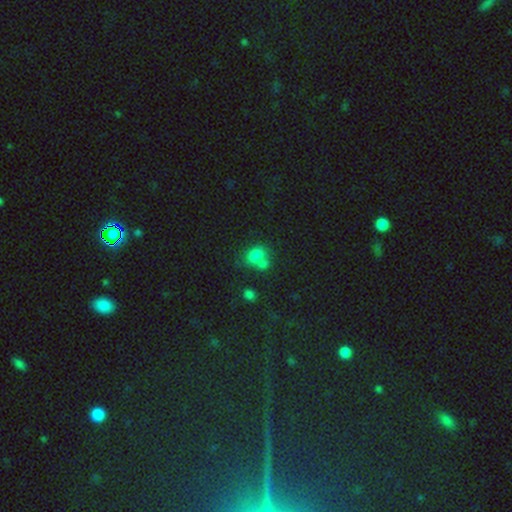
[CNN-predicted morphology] Smooth or featured: smooth — 75% (star or artifact — 15%)
How rounded: round — 57% (in between — 42%)
Merging: merger — 42% (none — 38%)